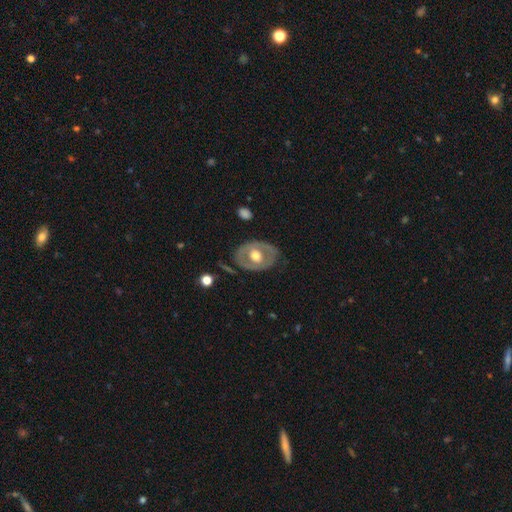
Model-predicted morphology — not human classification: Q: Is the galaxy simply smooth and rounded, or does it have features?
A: featured or disk — 58%.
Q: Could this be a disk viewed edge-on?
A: no — 92%.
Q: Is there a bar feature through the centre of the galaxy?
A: no — 78%.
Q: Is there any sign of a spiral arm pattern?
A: no — 83%.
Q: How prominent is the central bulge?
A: moderate — 67%.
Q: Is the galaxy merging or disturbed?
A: none — 77%.